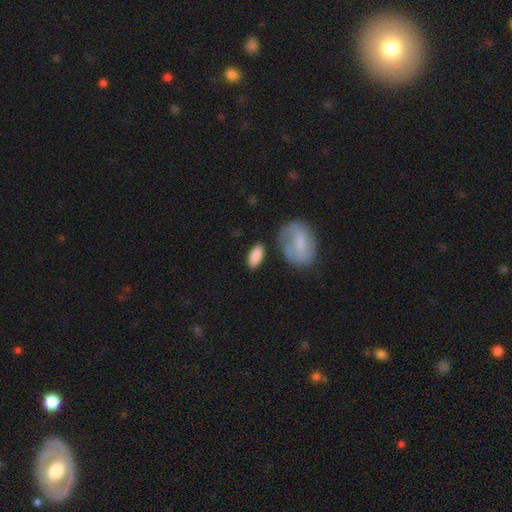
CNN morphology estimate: A smooth galaxy with no disk features (85%) that is in between round and cigar-shaped (88%).

Vote fractions:
- Smooth or featured? smooth: 85% / featured or disk: 10% / star or artifact: 5%
- How rounded? in between: 88% / cigar-shaped: 9% / round: 4%
- Merging? none: 77% / minor disturbance: 14% / merger: 5% / major disturbance: 4%